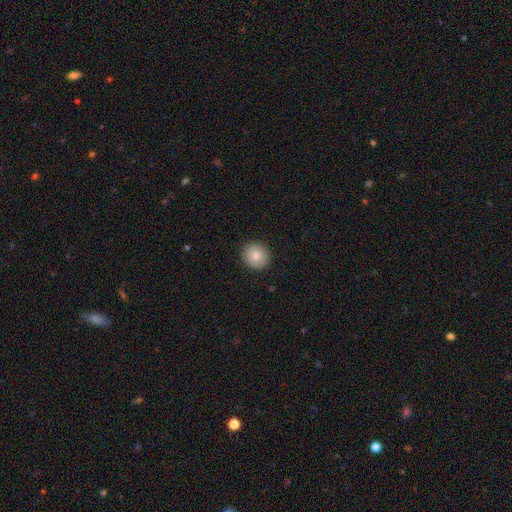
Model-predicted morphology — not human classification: Overall: smooth (83%). How rounded: round (90%). Merging: none (92%).